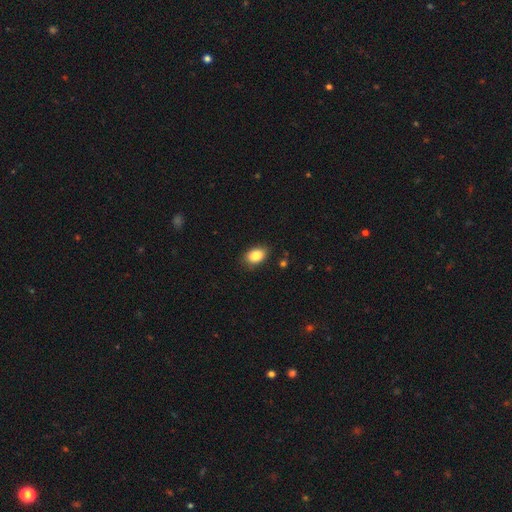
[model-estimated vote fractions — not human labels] smooth-or-featured: smooth: 86% | star or artifact: 8% | featured or disk: 6%
  how-rounded: in between: 84% | round: 15% | cigar-shaped: 1%
  merging: none: 84% | minor disturbance: 12% | major disturbance: 3% | merger: 1%